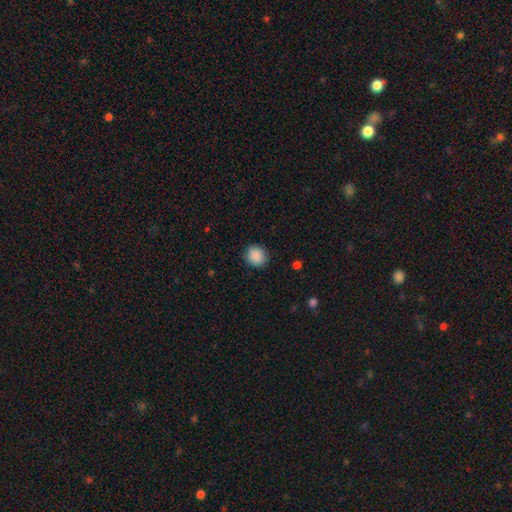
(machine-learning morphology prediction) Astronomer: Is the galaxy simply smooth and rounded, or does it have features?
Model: smooth — 89%.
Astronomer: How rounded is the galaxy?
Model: round — 81%.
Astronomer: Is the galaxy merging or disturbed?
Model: none — 89%.